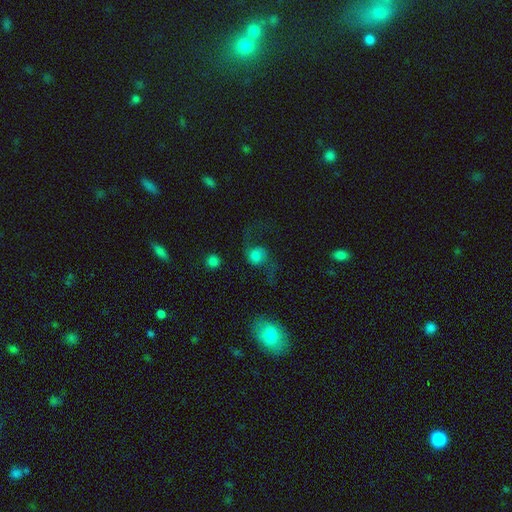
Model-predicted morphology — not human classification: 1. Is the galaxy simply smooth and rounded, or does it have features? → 60% featured or disk, 30% smooth, 10% star or artifact.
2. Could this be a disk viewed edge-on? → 95% no, 5% yes.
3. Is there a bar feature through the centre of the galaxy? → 73% no, 22% weak, 5% strong.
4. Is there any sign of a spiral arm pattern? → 89% yes, 11% no.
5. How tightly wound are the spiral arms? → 82% loose, 15% medium, 3% tight.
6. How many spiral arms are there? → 90% 2, 5% 1, 2% can't tell, 1% 3, 1% 4, 1% more than 4.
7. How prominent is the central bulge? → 40% moderate, 26% large, 18% small, 9% dominant, 6% none.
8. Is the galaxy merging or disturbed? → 54% none, 26% major disturbance, 15% minor disturbance, 5% merger.